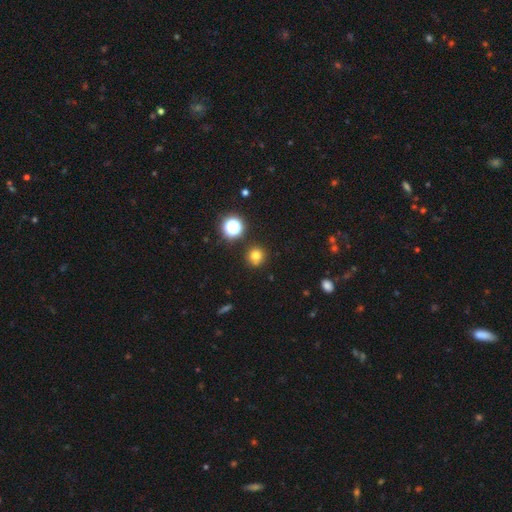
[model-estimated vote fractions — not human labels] smooth 74%, star or artifact 18%, featured or disk 7%. Down the decision tree: how rounded — round (92%); merging — none (86%).